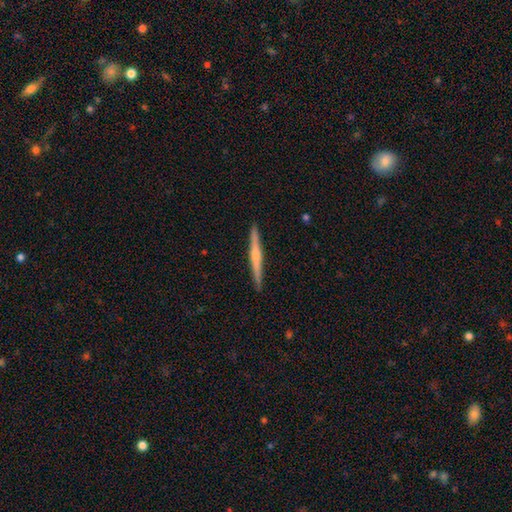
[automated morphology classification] A featured or disk galaxy (63%) viewed edge-on (98%) with a rounded central bulge (58%).

Vote fractions:
- Smooth or featured? featured or disk: 63% / smooth: 31% / star or artifact: 5%
- Edge-on disk? yes: 98% / no: 2%
- Edge-on bulge? rounded: 58% / none: 29% / boxy: 13%
- Merging? none: 92% / minor disturbance: 6% / major disturbance: 1% / merger: 1%